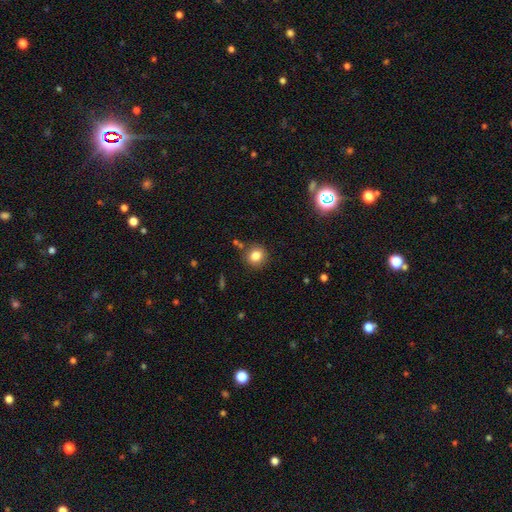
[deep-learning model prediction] smooth_or_featured: smooth (p=0.81) [alt: star or artifact p=0.11]
how_rounded: round (p=0.84) [alt: in between p=0.15]
merging: none (p=0.83) [alt: minor disturbance p=0.10]